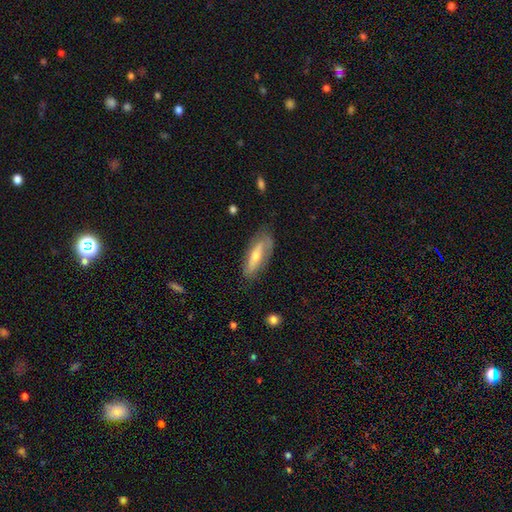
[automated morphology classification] This is possibly a featured or disk galaxy (52%). It is likely not viewed edge-on (61%). Merging: likely none (71%).